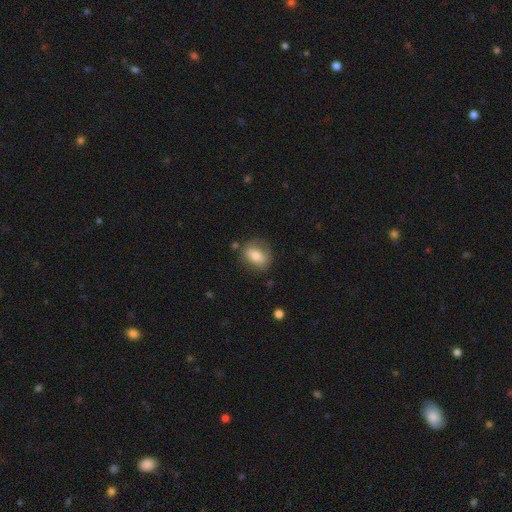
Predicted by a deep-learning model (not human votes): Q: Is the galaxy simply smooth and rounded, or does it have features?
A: smooth — 74%.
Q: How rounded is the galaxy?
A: in between — 70%.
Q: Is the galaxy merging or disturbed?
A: none — 70%.